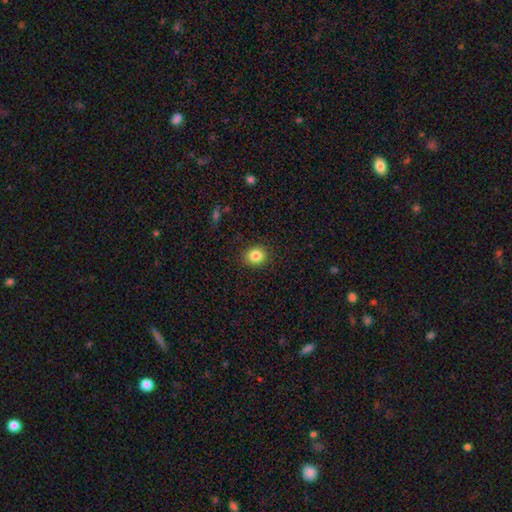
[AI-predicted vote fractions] Morphology: type=smooth (85%); roundness=round (68%); merging=none (89%).